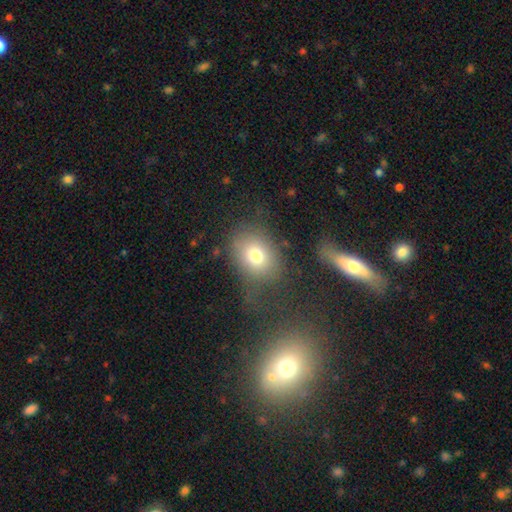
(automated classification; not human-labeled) Smooth or featured?
  - smooth: 73% *
  - featured or disk: 15%
  - star or artifact: 12%
How rounded?
  - in between: 58% *
  - round: 41%
  - cigar-shaped: 1%
Merging?
  - none: 61% *
  - minor disturbance: 17%
  - major disturbance: 16%
  - merger: 6%